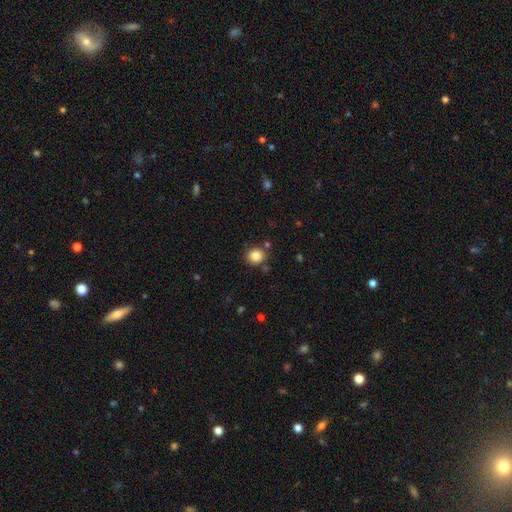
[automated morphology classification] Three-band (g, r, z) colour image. It shows a smooth galaxy with no disk features (84%) that is round (85%). Merging: none (82%).